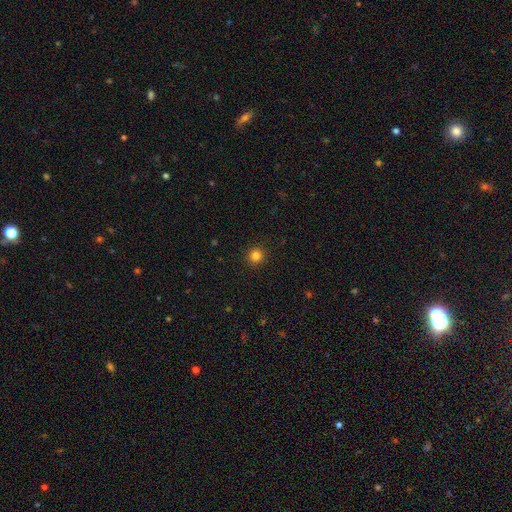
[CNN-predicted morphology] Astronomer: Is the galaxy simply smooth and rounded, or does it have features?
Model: smooth — 83%.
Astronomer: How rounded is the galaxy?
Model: round — 94%.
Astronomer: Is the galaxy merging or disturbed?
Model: none — 93%.